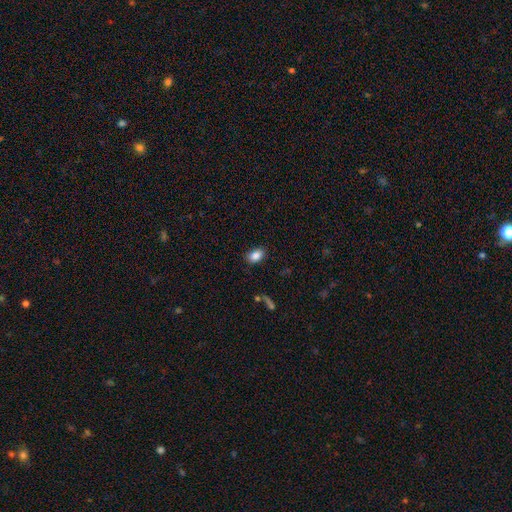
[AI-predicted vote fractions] Smooth or featured? Predicted: smooth (p=0.86). How rounded? Predicted: in between (p=0.84). Merging? Predicted: none (p=0.85).